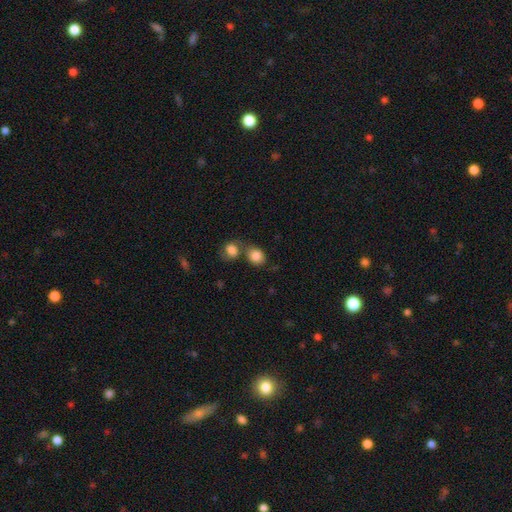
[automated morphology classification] Smooth or featured? smooth (85%)
How rounded? round (65%)
Merging? none (45%)